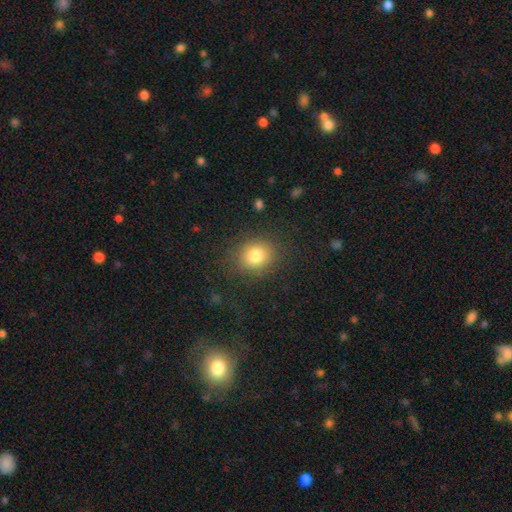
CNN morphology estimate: This appears to be a smooth galaxy with no disk features (81%) that is round (66%). Merging: none (83%).